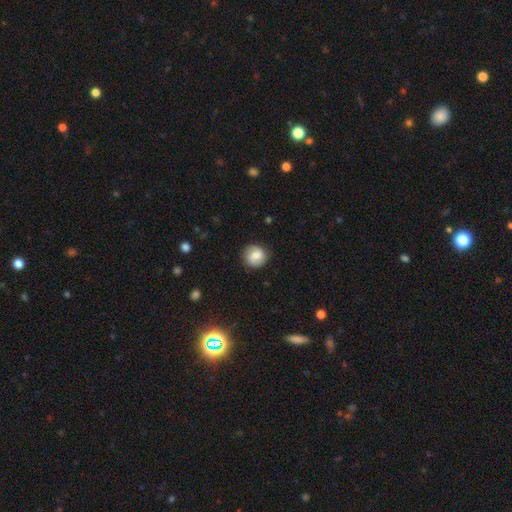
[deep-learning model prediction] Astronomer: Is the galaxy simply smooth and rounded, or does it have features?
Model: smooth — 73%.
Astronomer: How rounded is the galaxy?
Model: round — 88%.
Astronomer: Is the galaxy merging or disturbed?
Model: none — 86%.